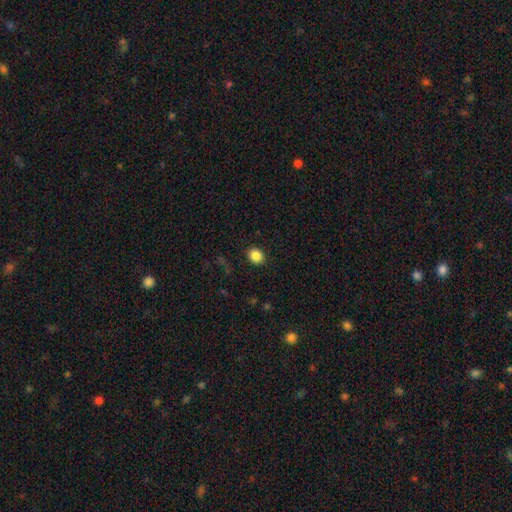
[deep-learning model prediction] Smooth or featured?
  - smooth: 86% *
  - star or artifact: 10%
  - featured or disk: 4%
How rounded?
  - round: 65% *
  - in between: 34%
  - cigar-shaped: 1%
Merging?
  - none: 89% *
  - minor disturbance: 7%
  - major disturbance: 2%
  - merger: 1%